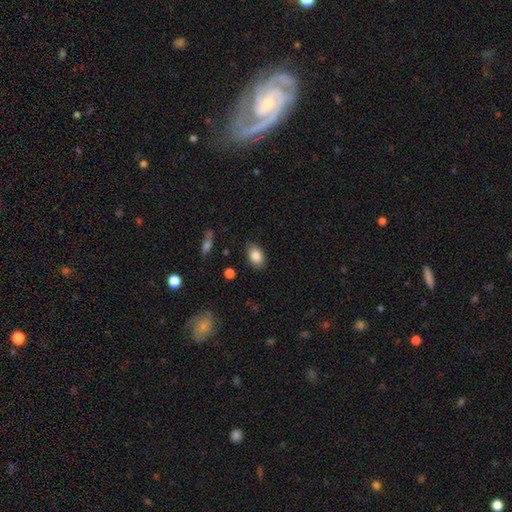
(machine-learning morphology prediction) A smooth galaxy with no disk features (85%) that is in between round and cigar-shaped (87%).

Vote fractions:
- Smooth or featured? smooth: 85% / star or artifact: 8% / featured or disk: 7%
- How rounded? in between: 87% / round: 11% / cigar-shaped: 2%
- Merging? none: 84% / minor disturbance: 11% / major disturbance: 3% / merger: 1%